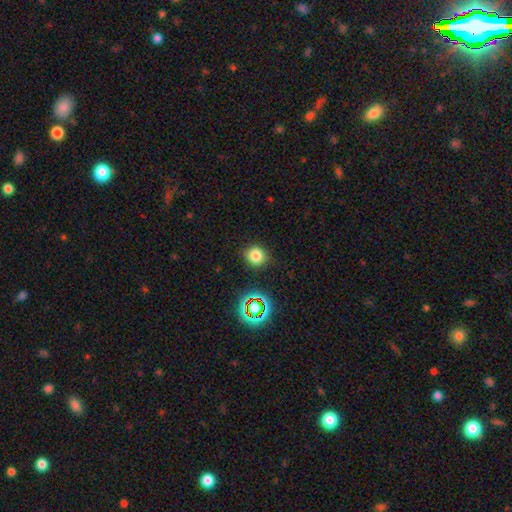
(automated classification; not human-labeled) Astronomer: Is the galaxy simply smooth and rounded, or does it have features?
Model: smooth — 76%.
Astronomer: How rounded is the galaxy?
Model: round — 88%.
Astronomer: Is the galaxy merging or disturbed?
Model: none — 87%.